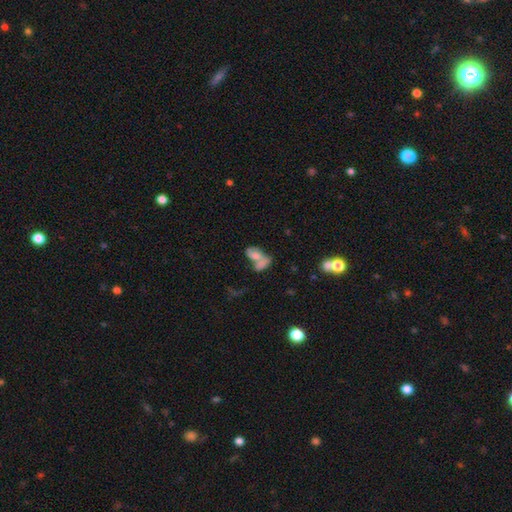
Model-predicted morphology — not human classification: A smooth galaxy with no disk features (56%) that is in between round and cigar-shaped (85%). Merging: merger (53%).